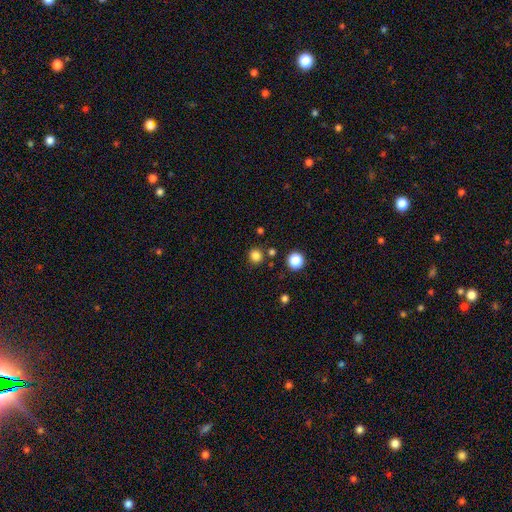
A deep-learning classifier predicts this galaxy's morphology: This appears to be a smooth galaxy with no disk features (82%) that is round (91%). Merging: none (85%).